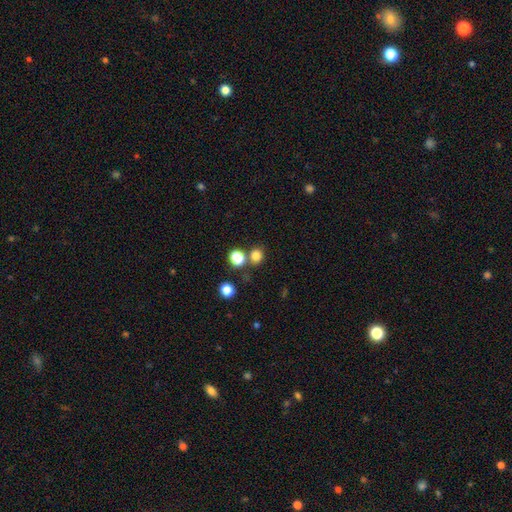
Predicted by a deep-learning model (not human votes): Smooth or featured: smooth — 79% (star or artifact — 16%)
How rounded: round — 83% (in between — 16%)
Merging: none — 72% (merger — 17%)